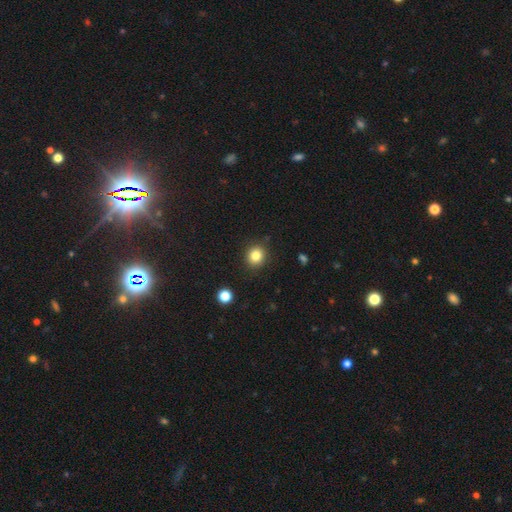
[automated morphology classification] A smooth galaxy with no disk features (83%) that is round (82%).

Vote fractions:
- Smooth or featured? smooth: 83% / star or artifact: 11% / featured or disk: 6%
- How rounded? round: 82% / in between: 17% / cigar-shaped: 1%
- Merging? none: 88% / minor disturbance: 8% / major disturbance: 2% / merger: 2%